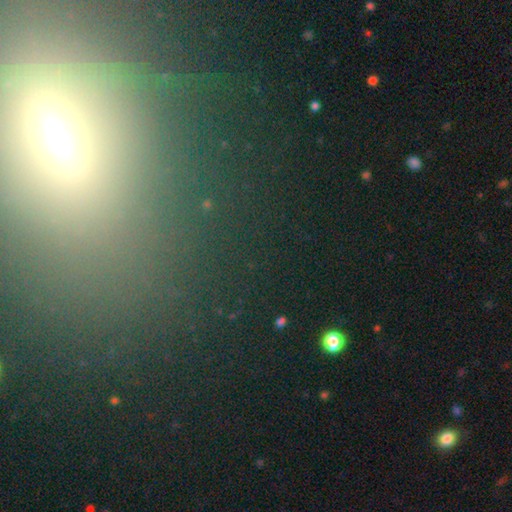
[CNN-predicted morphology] smooth-or-featured: star or artifact: 65% | smooth: 21% | featured or disk: 14%